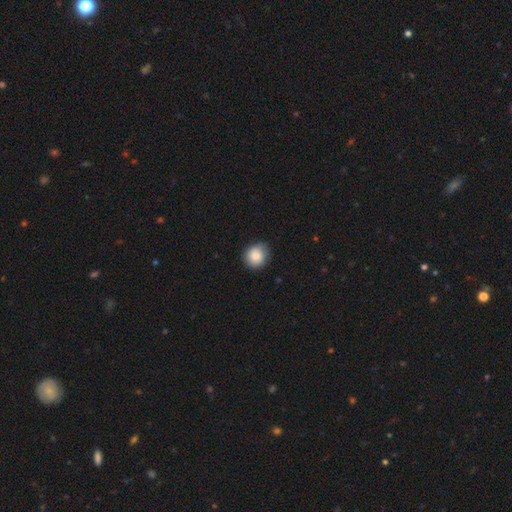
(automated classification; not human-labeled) Overall: smooth (86%). How rounded: round (83%). Merging: none (76%).